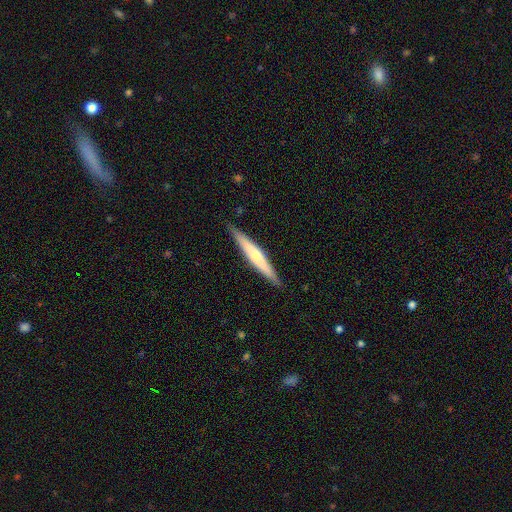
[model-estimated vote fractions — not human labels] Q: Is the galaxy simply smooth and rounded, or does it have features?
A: featured or disk — 53%.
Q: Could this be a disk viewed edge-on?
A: yes — 95%.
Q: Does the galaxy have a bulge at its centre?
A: rounded — 69%.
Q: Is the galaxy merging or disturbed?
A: none — 89%.